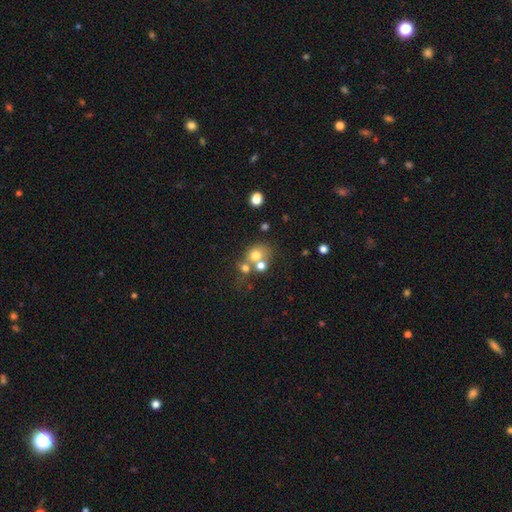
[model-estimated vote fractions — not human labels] smooth_or_featured: smooth (p=0.68) [alt: featured or disk p=0.17]
how_rounded: round (p=0.68) [alt: in between p=0.31]
merging: merger (p=0.44) [alt: none p=0.40]